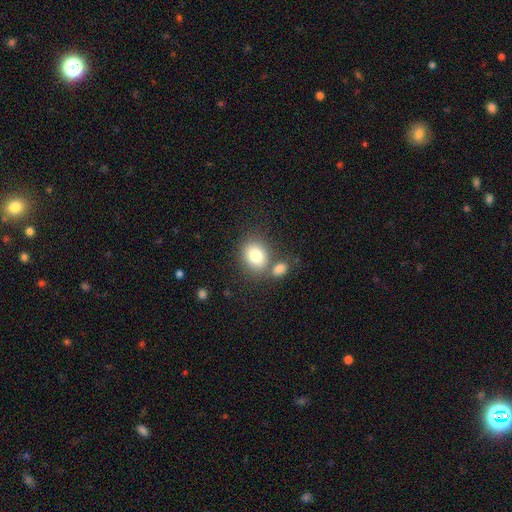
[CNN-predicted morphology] This appears to be a smooth galaxy with no disk features (80%) that is in between round and cigar-shaped (50%). Merging: none (59%).